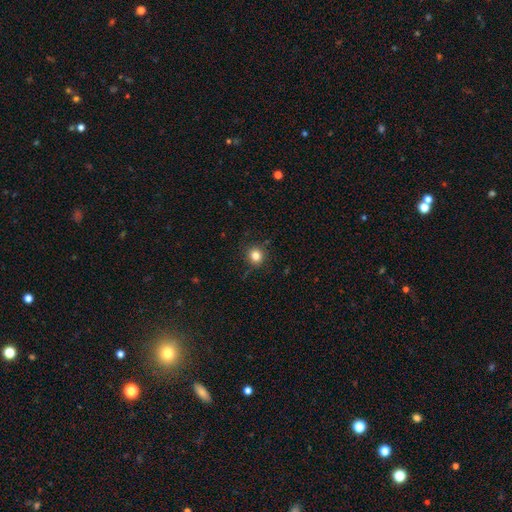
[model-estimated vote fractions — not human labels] Smooth or featured: smooth — 83% (star or artifact — 12%)
How rounded: round — 90% (in between — 9%)
Merging: none — 88% (minor disturbance — 9%)